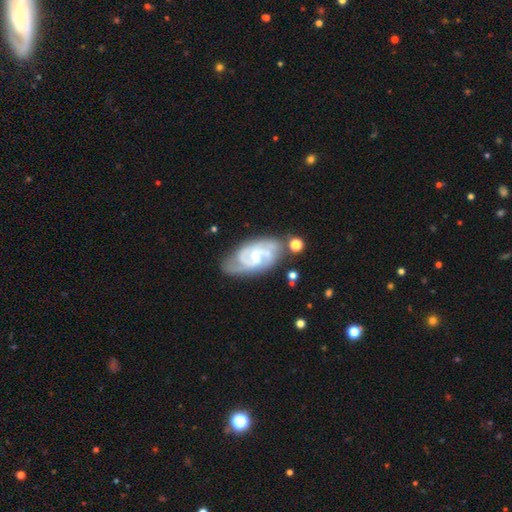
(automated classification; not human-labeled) Overall: featured or disk (87%). Edge-on disk: no (96%). Bar: weak (52%; no 34%). Spiral arms: yes (97%). Spiral arm count: 2 (53%; 3 23%). Spiral winding: medium (46%; tight 43%). Bulge size: small (58%; moderate 36%). Merging: none (66%).